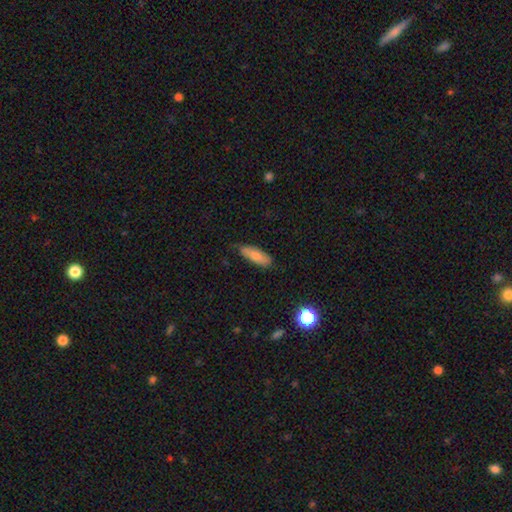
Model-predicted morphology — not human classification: A smooth galaxy with no disk features (82%) that is in between round and cigar-shaped (58%). Merging: none (75%).